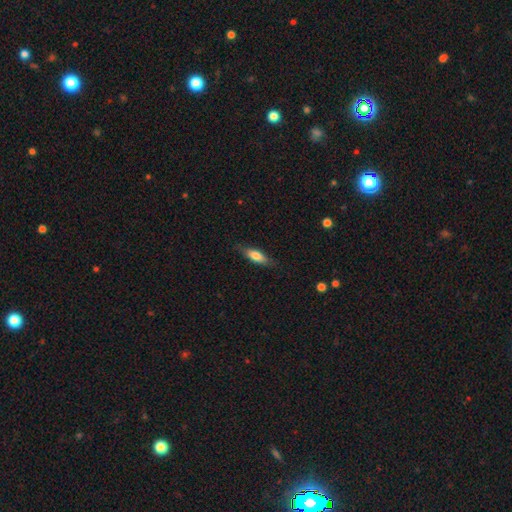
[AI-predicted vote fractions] The model was most divided on "how rounded": cigar-shaped: 49%, in between: 48%, round: 2%. More confident: merging — none (81%); smooth or featured — smooth (70%).